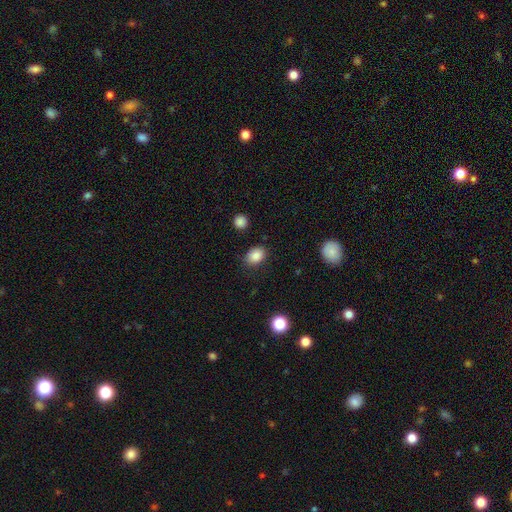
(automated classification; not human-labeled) The model was most divided on "how rounded": in between: 64%, round: 35%, cigar-shaped: 1%. More confident: smooth or featured — smooth (86%); merging — none (81%).